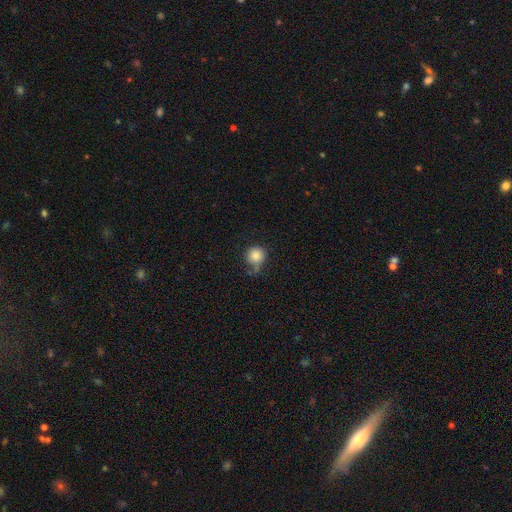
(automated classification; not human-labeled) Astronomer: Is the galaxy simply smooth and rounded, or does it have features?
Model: smooth — 84%.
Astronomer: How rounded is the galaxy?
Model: round — 91%.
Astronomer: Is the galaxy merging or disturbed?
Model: none — 60%.